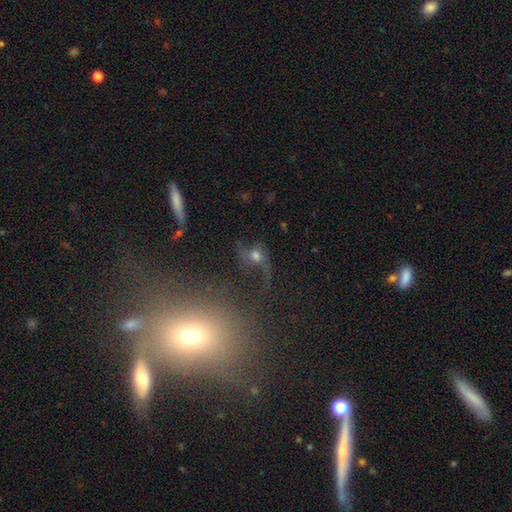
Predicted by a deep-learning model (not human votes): smooth-or-featured: featured or disk: 64% | smooth: 20% | star or artifact: 17%
  disk-edge-on: no: 94% | yes: 6%
    bar: no: 66% | weak: 26% | strong: 7%
    has-spiral-arms: yes: 86% | no: 14%
      spiral-winding: loose: 85% | medium: 12% | tight: 3%
      spiral-arm-count: 2: 85% | 1: 7% | can't tell: 3% | 3: 2% | 4: 1% | more than 4: 1%
    bulge-size: moderate: 46% | large: 23% | small: 19% | dominant: 6% | none: 6%
  merging: none: 53% | major disturbance: 23% | minor disturbance: 15% | merger: 10%